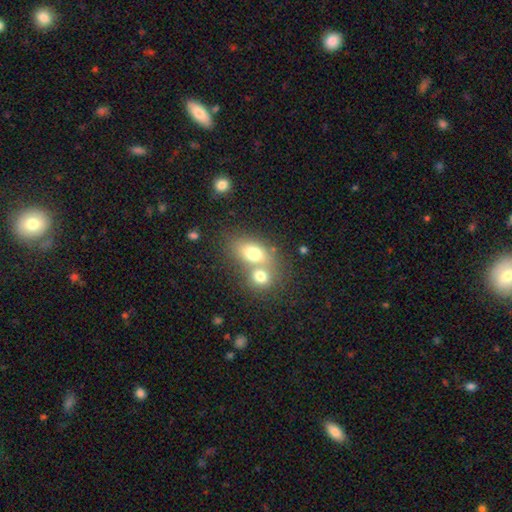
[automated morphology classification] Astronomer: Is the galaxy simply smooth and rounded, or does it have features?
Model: smooth — 71%.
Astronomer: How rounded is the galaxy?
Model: in between — 71%.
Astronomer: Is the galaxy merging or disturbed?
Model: merger — 57%.